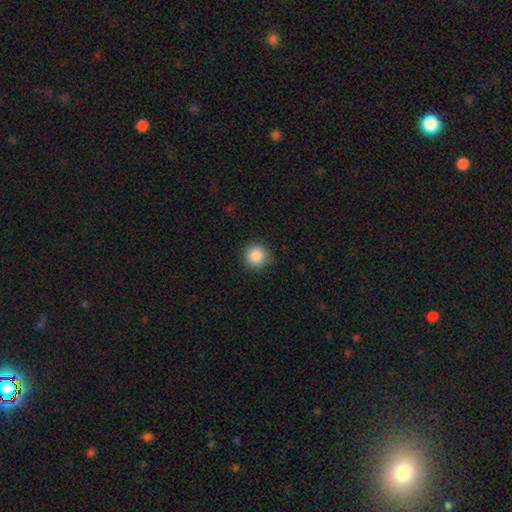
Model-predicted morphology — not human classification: Smooth or featured?
  - smooth: 87% *
  - star or artifact: 9%
  - featured or disk: 4%
How rounded?
  - round: 93% *
  - in between: 6%
  - cigar-shaped: 1%
Merging?
  - none: 85% *
  - minor disturbance: 11%
  - major disturbance: 2%
  - merger: 1%